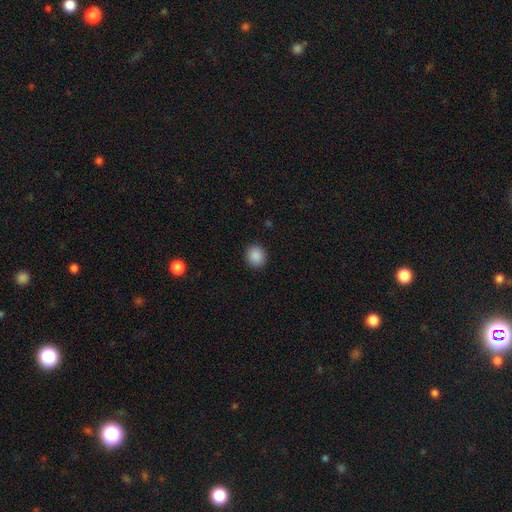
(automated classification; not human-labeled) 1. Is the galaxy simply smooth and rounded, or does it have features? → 88% smooth, 9% star or artifact, 3% featured or disk.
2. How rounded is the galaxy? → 80% round, 20% in between, 1% cigar-shaped.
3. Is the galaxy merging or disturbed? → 91% none, 6% minor disturbance, 2% major disturbance, 1% merger.